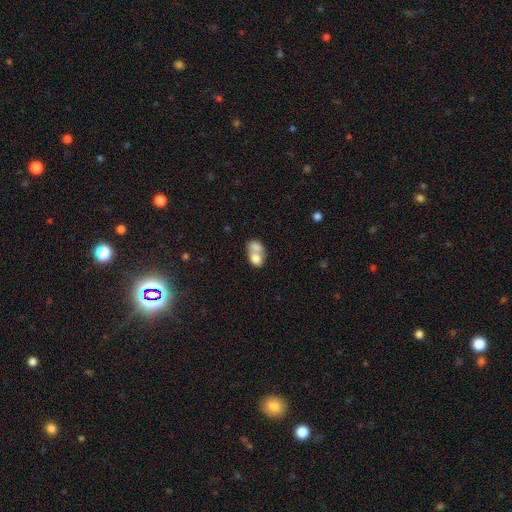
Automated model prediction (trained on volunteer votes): The model was most divided on "how rounded": in between: 67%, round: 32%, cigar-shaped: 1%. More confident: smooth or featured — smooth (75%); merging — merger (72%).